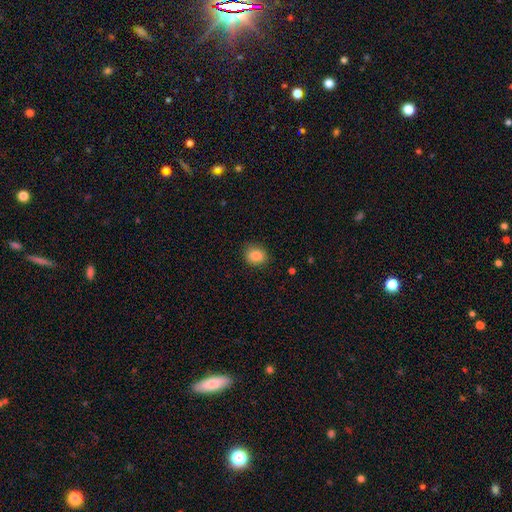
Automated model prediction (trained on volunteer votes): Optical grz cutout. It shows a smooth galaxy with no disk features (85%) that is round (65%). Merging: none (87%).